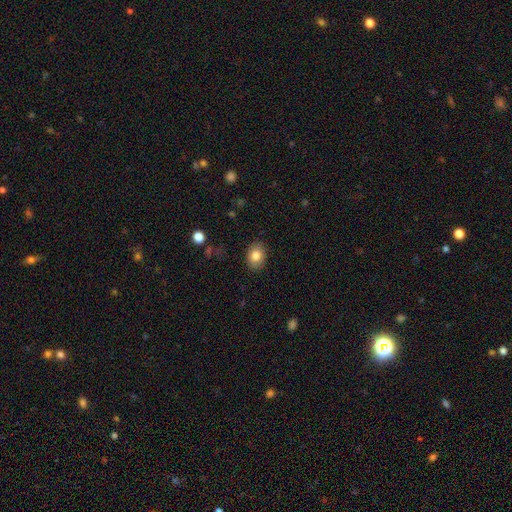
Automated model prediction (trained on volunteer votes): Smooth or featured: smooth — 82% (featured or disk — 9%)
How rounded: in between — 66% (round — 33%)
Merging: none — 87% (minor disturbance — 10%)